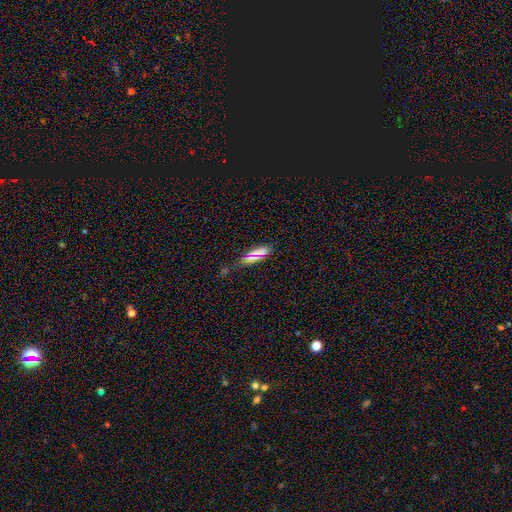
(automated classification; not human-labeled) Morphology: type=smooth (66%); roundness=in between (58%); merging=none (78%).